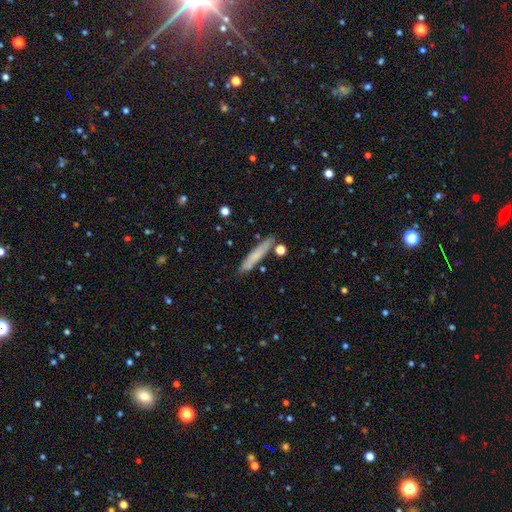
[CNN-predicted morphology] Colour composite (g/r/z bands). It shows a smooth galaxy with no disk features (67%) that is cigar-shaped (93%). Merging: none (83%).